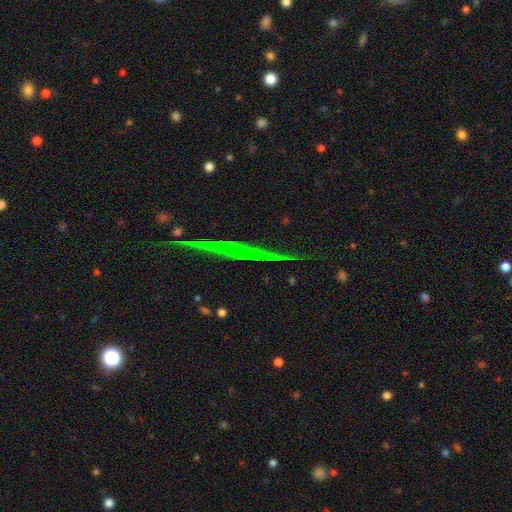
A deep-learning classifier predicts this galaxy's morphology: type=featured or disk (52%); edge-on=yes (89%); merging=none (79%).